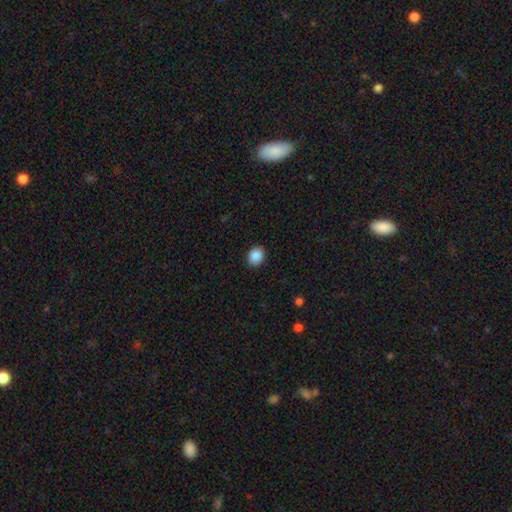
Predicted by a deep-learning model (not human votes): smooth_or_featured: smooth (p=0.88) [alt: star or artifact p=0.09]
how_rounded: round (p=0.63) [alt: in between p=0.36]
merging: none (p=0.90) [alt: minor disturbance p=0.07]